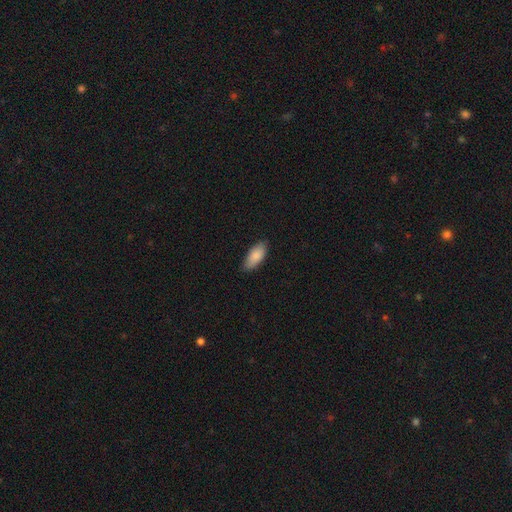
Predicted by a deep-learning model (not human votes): smooth_or_featured: smooth (p=0.86) [alt: featured or disk p=0.09]
how_rounded: in between (p=0.87) [alt: cigar-shaped p=0.11]
merging: none (p=0.79) [alt: minor disturbance p=0.17]